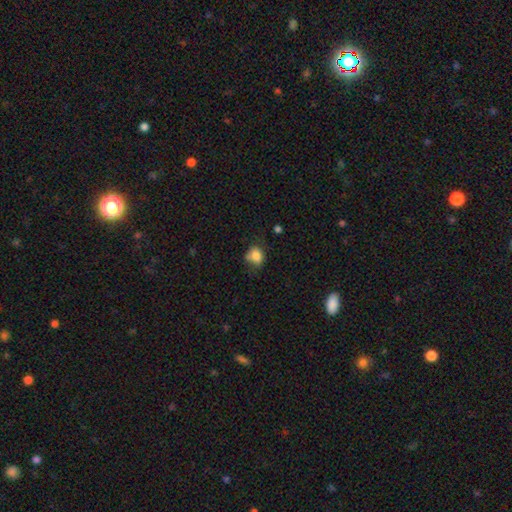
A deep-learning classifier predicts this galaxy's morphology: type=smooth (81%); roundness=in between (54%); merging=none (47%).